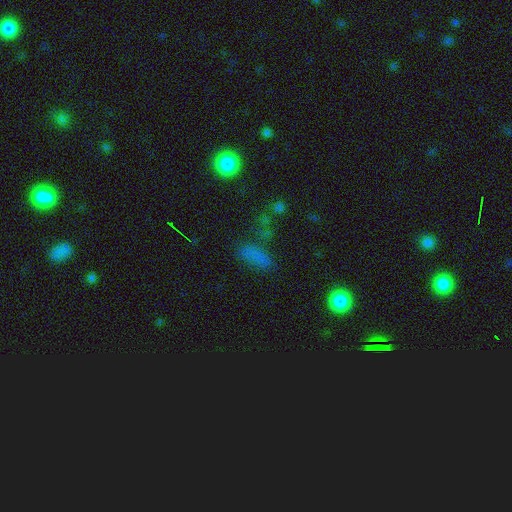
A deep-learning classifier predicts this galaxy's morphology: Smooth or featured? smooth (66%)
How rounded? in between (67%)
Merging? none (66%)